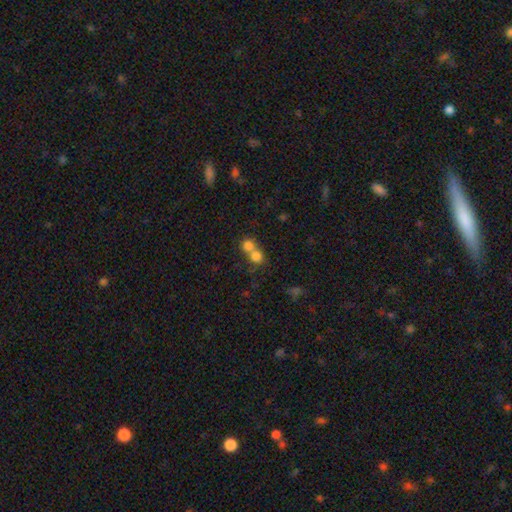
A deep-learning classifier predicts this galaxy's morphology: type=smooth (77%); roundness=round (83%); merging=merger (63%).